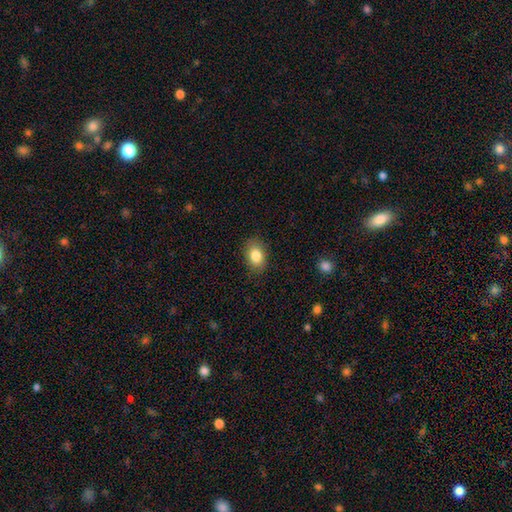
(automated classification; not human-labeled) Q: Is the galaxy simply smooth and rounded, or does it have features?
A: smooth — 84%.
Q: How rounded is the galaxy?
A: in between — 80%.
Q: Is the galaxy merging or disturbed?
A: none — 85%.